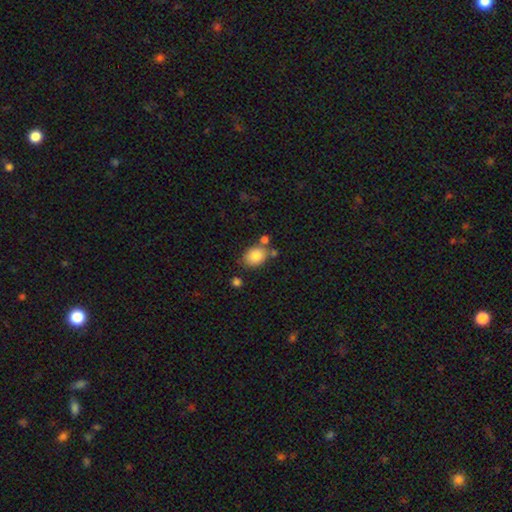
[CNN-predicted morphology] Q: Smooth or featured?
A: smooth (82%); runner-up: featured or disk (10%)
Q: How rounded?
A: in between (63%); runner-up: round (36%)
Q: Merging?
A: none (67%); runner-up: minor disturbance (16%)